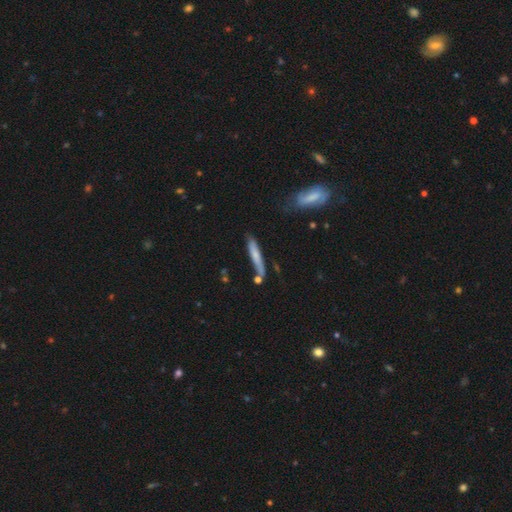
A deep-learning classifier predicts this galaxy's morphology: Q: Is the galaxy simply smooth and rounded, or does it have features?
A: smooth — 63%.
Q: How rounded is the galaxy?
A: cigar-shaped — 91%.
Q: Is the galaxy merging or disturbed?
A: none — 68%.